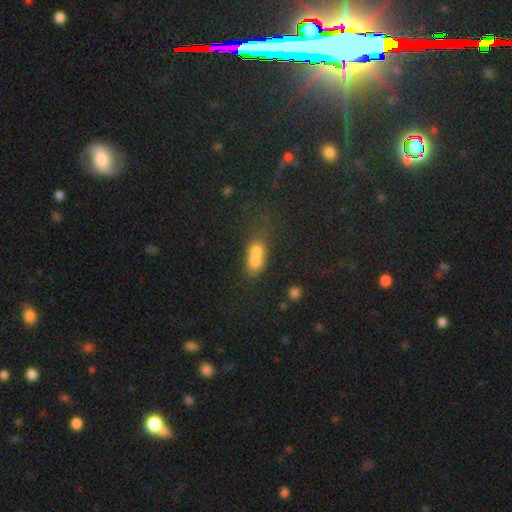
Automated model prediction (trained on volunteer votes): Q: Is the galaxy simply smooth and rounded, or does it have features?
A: smooth — 68%.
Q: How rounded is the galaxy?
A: round — 49%.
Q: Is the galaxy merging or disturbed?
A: merger — 72%.